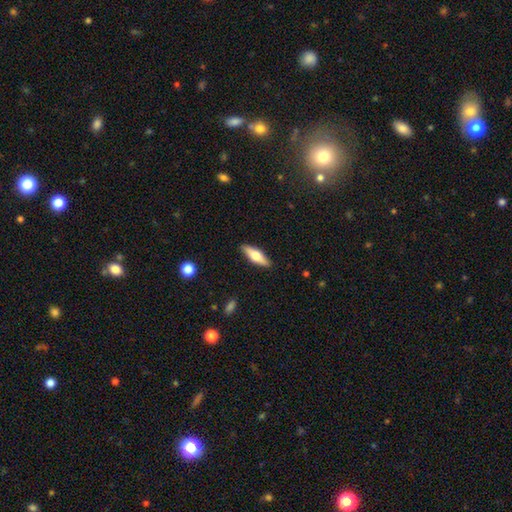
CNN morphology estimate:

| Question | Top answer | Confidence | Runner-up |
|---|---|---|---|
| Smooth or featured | smooth | 56% | featured or disk (38%) |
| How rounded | cigar-shaped | 52% | in between (46%) |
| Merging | none | 88% | minor disturbance (9%) |